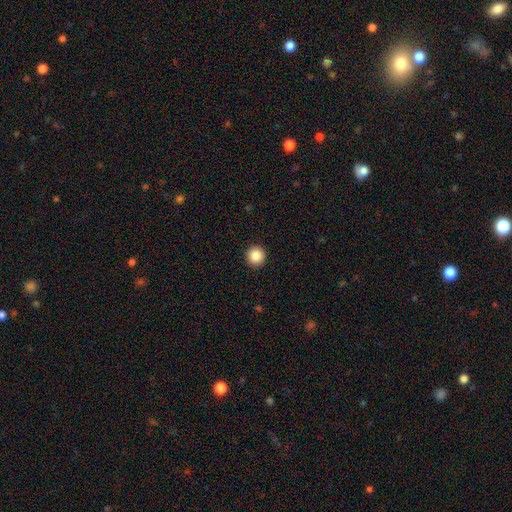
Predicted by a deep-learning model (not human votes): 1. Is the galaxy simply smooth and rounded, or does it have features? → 87% smooth, 9% star or artifact, 4% featured or disk.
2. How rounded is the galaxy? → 96% round, 3% in between, 1% cigar-shaped.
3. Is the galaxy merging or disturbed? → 93% none, 4% minor disturbance, 1% major disturbance, 1% merger.